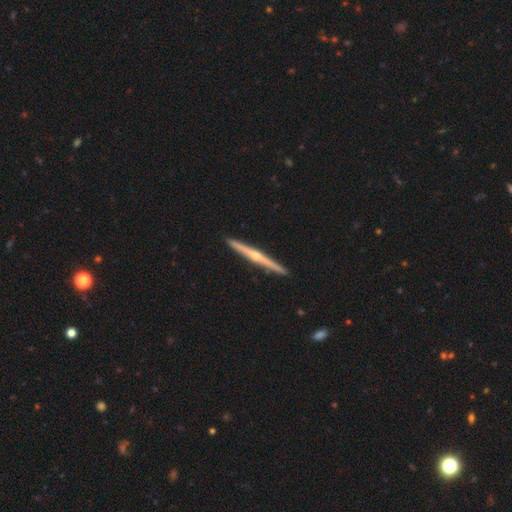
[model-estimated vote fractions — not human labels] Q: Smooth or featured?
A: featured or disk (78%); runner-up: smooth (17%)
Q: Edge-on disk?
A: yes (98%); runner-up: no (2%)
Q: Edge-on bulge?
A: rounded (84%); runner-up: none (13%)
Q: Merging?
A: none (93%); runner-up: minor disturbance (5%)